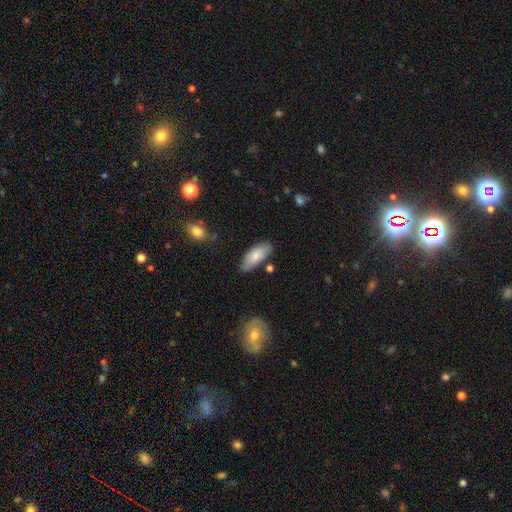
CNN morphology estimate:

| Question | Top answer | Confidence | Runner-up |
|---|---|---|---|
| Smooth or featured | smooth | 78% | featured or disk (16%) |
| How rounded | in between | 85% | cigar-shaped (13%) |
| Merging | none | 74% | minor disturbance (19%) |